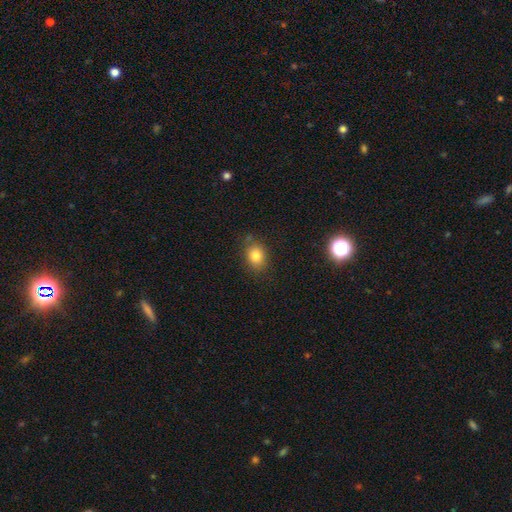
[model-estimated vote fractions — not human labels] This is clearly a smooth galaxy (81%). How rounded: possibly in between (51%). Merging: likely none (79%).